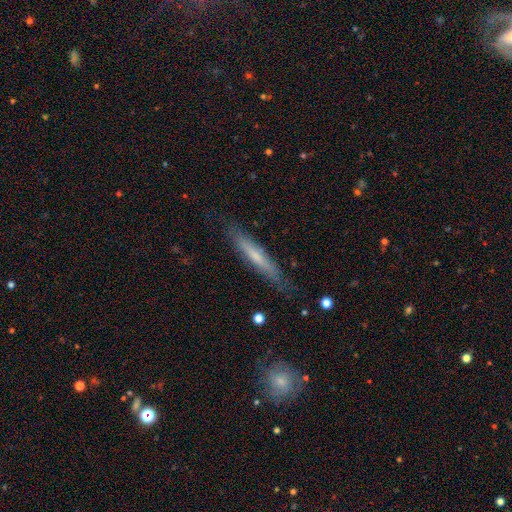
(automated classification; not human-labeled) Overall: smooth (52%; featured or disk 41%). How rounded: cigar-shaped (93%). Merging: none (83%).